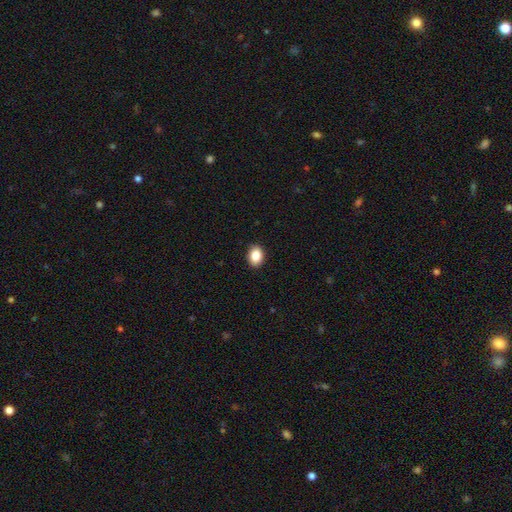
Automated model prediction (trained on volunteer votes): A smooth galaxy with no disk features (87%) that is in between round and cigar-shaped (74%). Merging: none (90%).